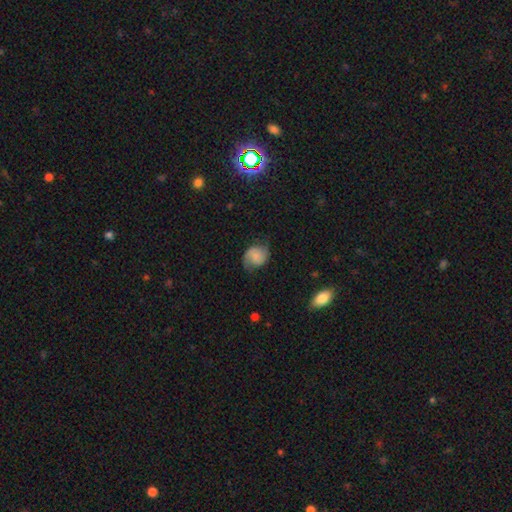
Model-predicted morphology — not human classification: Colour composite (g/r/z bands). It shows a smooth galaxy with no disk features (51%) that is round (62%). Merging: none (61%).